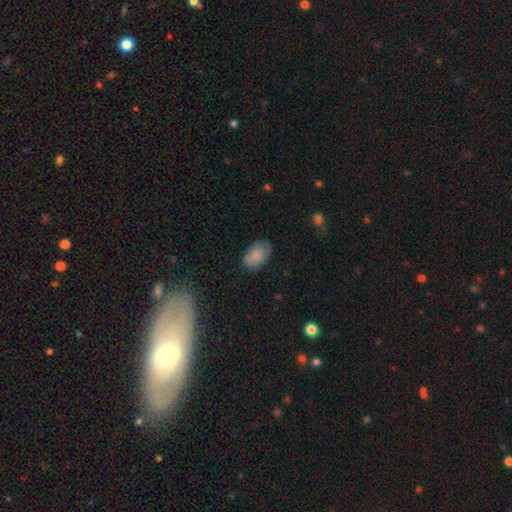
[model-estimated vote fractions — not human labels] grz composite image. It shows a smooth galaxy with no disk features (84%) that is in between round and cigar-shaped (91%). Merging: none (78%).